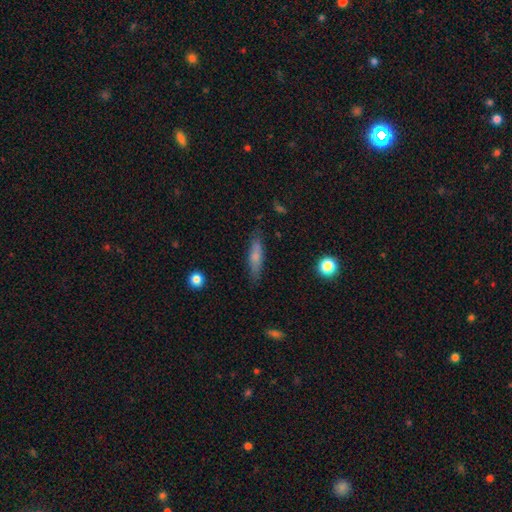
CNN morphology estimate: Overall: smooth (67%). How rounded: cigar-shaped (72%). Merging: none (81%).